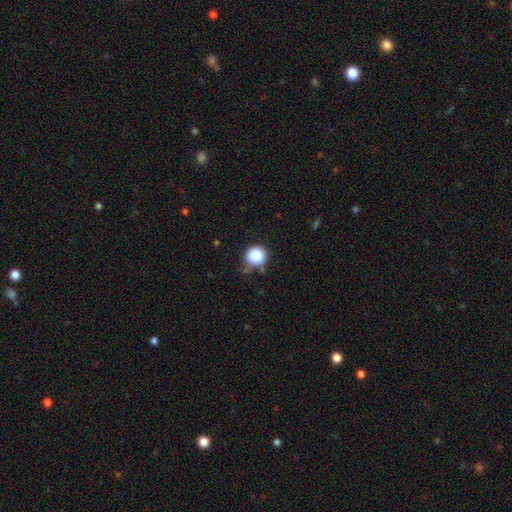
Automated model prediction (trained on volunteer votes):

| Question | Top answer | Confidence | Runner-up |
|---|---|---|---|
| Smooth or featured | smooth | 85% | star or artifact (10%) |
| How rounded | round | 91% | in between (8%) |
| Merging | none | 72% | minor disturbance (19%) |